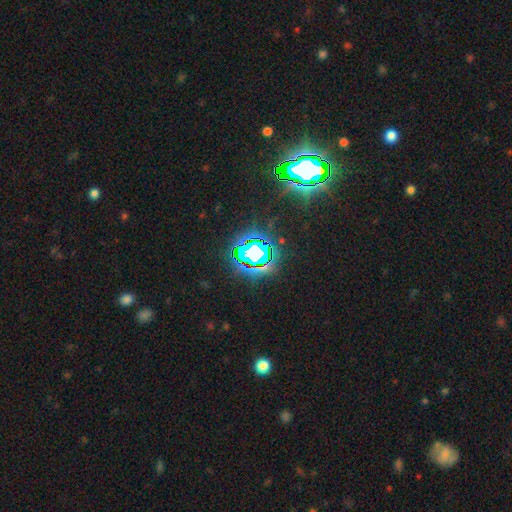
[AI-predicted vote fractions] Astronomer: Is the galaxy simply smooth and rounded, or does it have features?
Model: star or artifact — 74%.